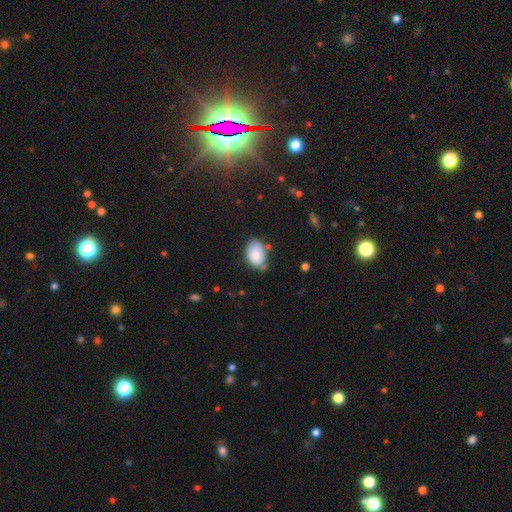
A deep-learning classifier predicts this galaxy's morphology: Smooth or featured?
  - smooth: 83% *
  - featured or disk: 10%
  - star or artifact: 7%
How rounded?
  - in between: 87% *
  - round: 12%
  - cigar-shaped: 1%
Merging?
  - none: 64% *
  - minor disturbance: 24%
  - merger: 6%
  - major disturbance: 5%